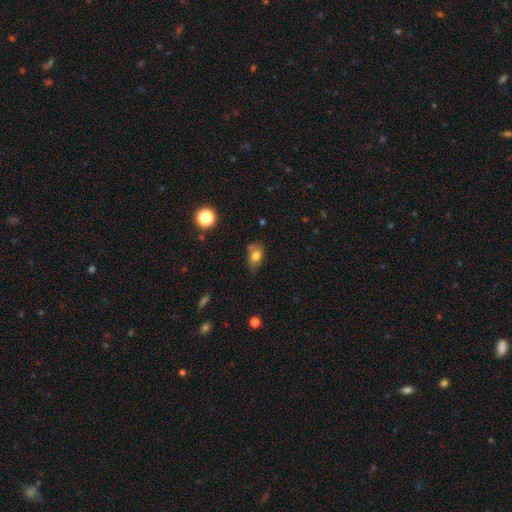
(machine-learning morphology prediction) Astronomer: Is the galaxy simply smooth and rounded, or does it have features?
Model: smooth — 75%.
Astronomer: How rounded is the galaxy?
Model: in between — 72%.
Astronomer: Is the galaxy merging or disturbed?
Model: none — 54%.